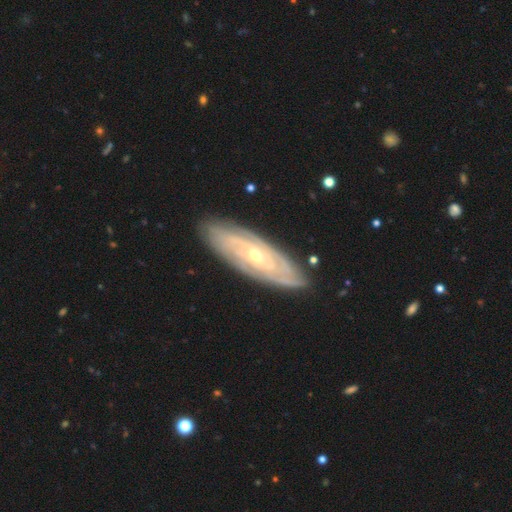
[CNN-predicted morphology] Smooth or featured?
  - featured or disk: 84% *
  - smooth: 11%
  - star or artifact: 5%
Edge-on disk?
  - no: 85% *
  - yes: 15%
Bar?
  - no: 58% *
  - weak: 33%
  - strong: 9%
Spiral arms?
  - yes: 95% *
  - no: 5%
Spiral winding?
  - tight: 73% *
  - medium: 22%
  - loose: 5%
Spiral arm count?
  - can't tell: 42% *
  - 2: 18%
  - 3: 15%
  - 4: 13%
  - more than 4: 7%
  - 1: 5%
Bulge size?
  - small: 60% *
  - moderate: 37%
  - large: 1%
  - none: 1%
  - dominant: 1%
Merging?
  - none: 85% *
  - minor disturbance: 12%
  - major disturbance: 2%
  - merger: 1%